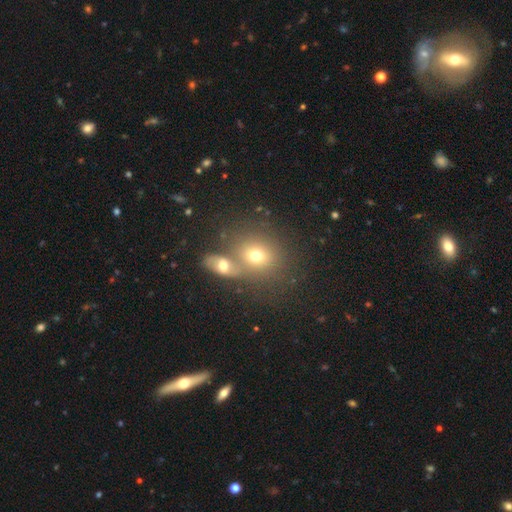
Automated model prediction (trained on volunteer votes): Smooth or featured?
  - smooth: 69% *
  - featured or disk: 17%
  - star or artifact: 14%
How rounded?
  - round: 60% *
  - in between: 38%
  - cigar-shaped: 1%
Merging?
  - none: 44% *
  - merger: 42%
  - minor disturbance: 9%
  - major disturbance: 5%